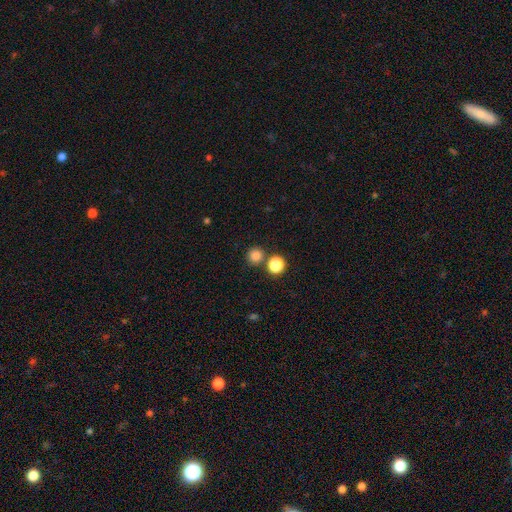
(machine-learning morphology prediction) Q: Smooth or featured?
A: smooth (81%); runner-up: star or artifact (14%)
Q: How rounded?
A: round (93%); runner-up: in between (6%)
Q: Merging?
A: none (78%); runner-up: merger (14%)